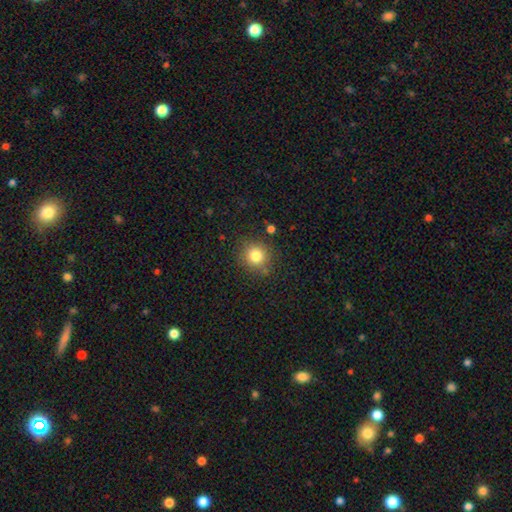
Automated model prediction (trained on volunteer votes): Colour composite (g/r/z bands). It shows a smooth galaxy with no disk features (80%) that is round (90%). Merging: none (84%).